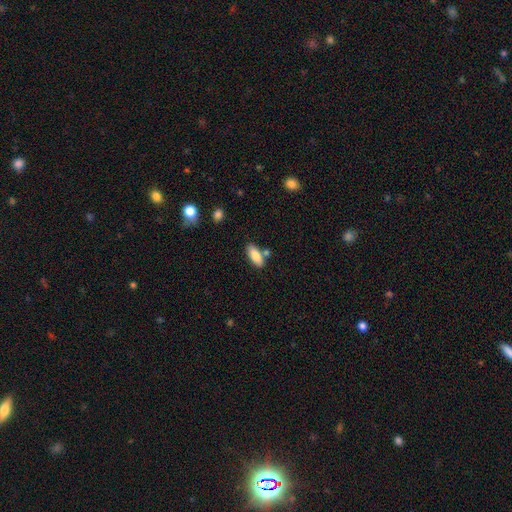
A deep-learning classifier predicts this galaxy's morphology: Overall: smooth (83%). How rounded: in between (79%). Merging: none (74%).